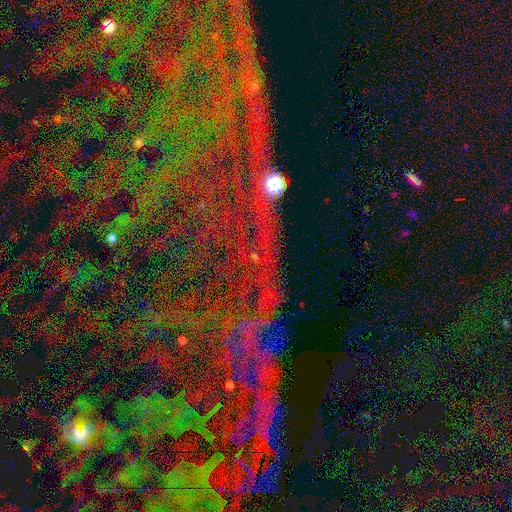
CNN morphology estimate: Smooth or featured: star or artifact — 82% (featured or disk — 10%)